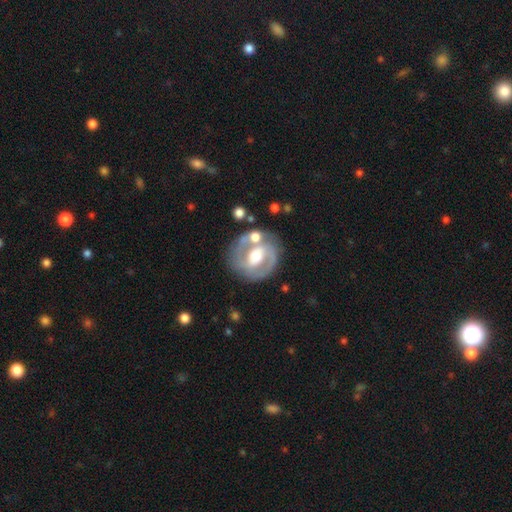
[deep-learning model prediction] Smooth or featured?
  - featured or disk: 81% *
  - smooth: 14%
  - star or artifact: 5%
Edge-on disk?
  - no: 97% *
  - yes: 3%
Bar?
  - weak: 41% *
  - strong: 37%
  - no: 23%
Spiral arms?
  - yes: 86% *
  - no: 14%
Spiral winding?
  - medium: 47% *
  - tight: 40%
  - loose: 13%
Spiral arm count?
  - 2: 85% *
  - can't tell: 6%
  - 1: 4%
  - 3: 3%
  - 4: 1%
  - more than 4: 1%
Bulge size?
  - moderate: 69% *
  - large: 16%
  - small: 13%
  - dominant: 1%
  - none: 1%
Merging?
  - none: 71% *
  - minor disturbance: 14%
  - merger: 10%
  - major disturbance: 6%